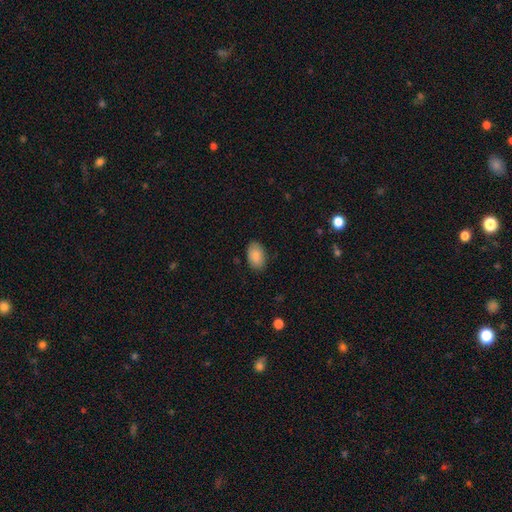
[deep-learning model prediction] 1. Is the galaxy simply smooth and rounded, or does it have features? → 87% smooth, 7% featured or disk, 7% star or artifact.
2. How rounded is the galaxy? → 91% in between, 8% round, 1% cigar-shaped.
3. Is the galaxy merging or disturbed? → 86% none, 11% minor disturbance, 2% major disturbance, 1% merger.